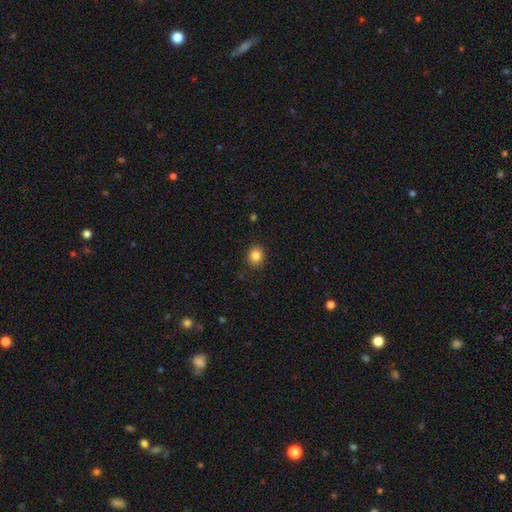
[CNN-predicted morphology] Smooth or featured? smooth (85%)
How rounded? round (73%)
Merging? none (89%)